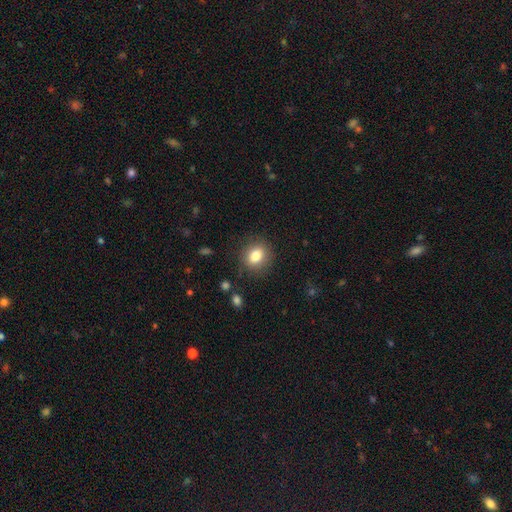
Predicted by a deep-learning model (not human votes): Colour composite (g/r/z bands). It shows a smooth galaxy with no disk features (82%) that is round (62%). Merging: none (85%).